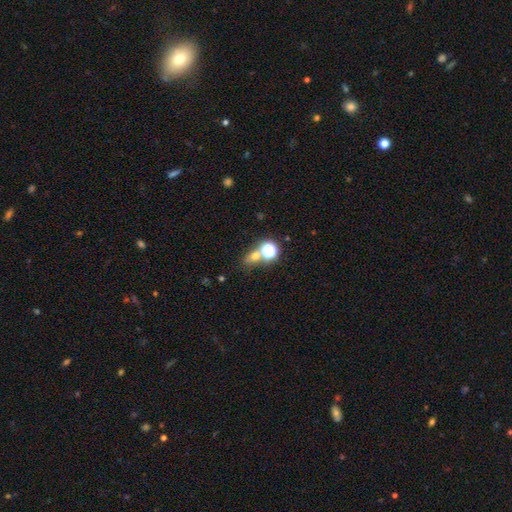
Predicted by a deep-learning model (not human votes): Smooth or featured? Predicted: smooth (p=0.58). How rounded? Predicted: round (p=0.55). Merging? Predicted: none (p=0.57).